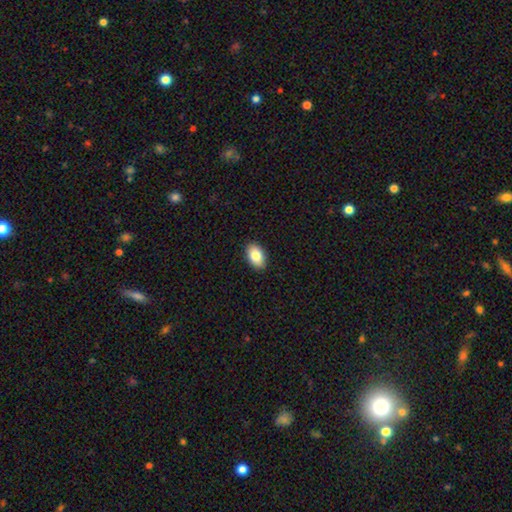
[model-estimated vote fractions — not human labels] smooth_or_featured: smooth (p=0.84) [alt: featured or disk p=0.09]
how_rounded: in between (p=0.91) [alt: round p=0.08]
merging: none (p=0.90) [alt: minor disturbance p=0.07]